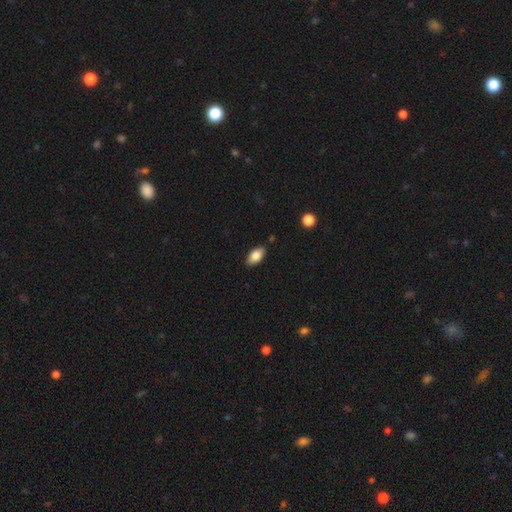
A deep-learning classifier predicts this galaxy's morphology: A smooth galaxy with no disk features (82%) that is in between round and cigar-shaped (92%). Merging: none (84%).